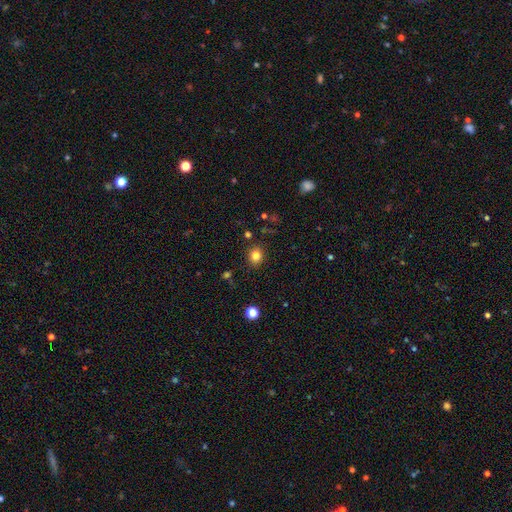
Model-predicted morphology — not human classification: Q: Smooth or featured?
A: smooth (81%); runner-up: star or artifact (12%)
Q: How rounded?
A: round (69%); runner-up: in between (30%)
Q: Merging?
A: none (87%); runner-up: minor disturbance (8%)